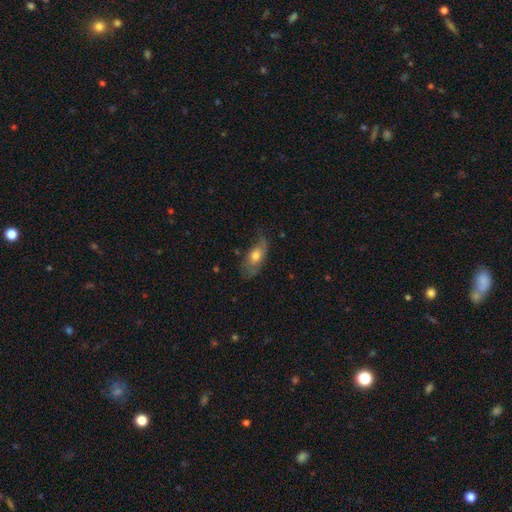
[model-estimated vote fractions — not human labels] Smooth or featured: smooth — 60% (featured or disk — 33%)
How rounded: in between — 85% (cigar-shaped — 10%)
Merging: none — 50% (minor disturbance — 32%)